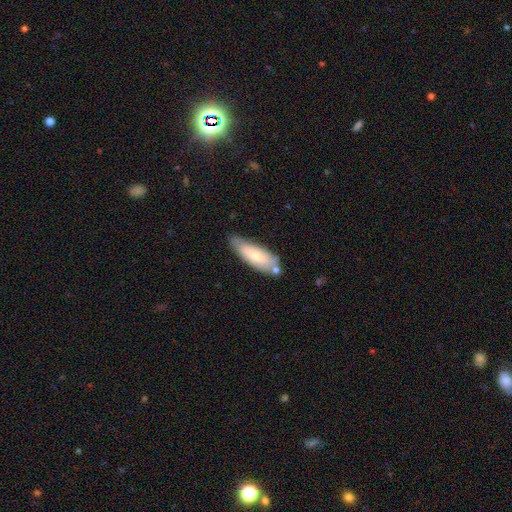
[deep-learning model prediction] A smooth galaxy with no disk features (65%) that is in between round and cigar-shaped (60%). Merging: none (61%).